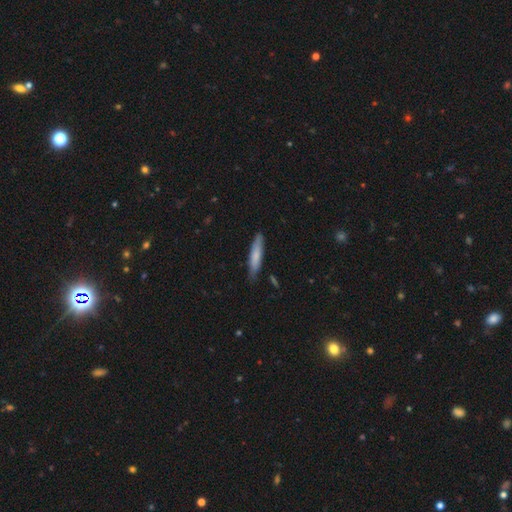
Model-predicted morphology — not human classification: type=smooth (72%); roundness=cigar-shaped (85%); merging=none (81%).